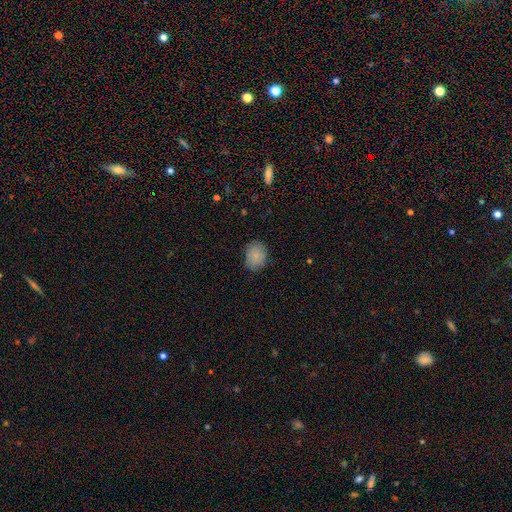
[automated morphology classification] This appears to be a smooth galaxy with no disk features (85%) that is in between round and cigar-shaped (56%). Merging: none (80%).